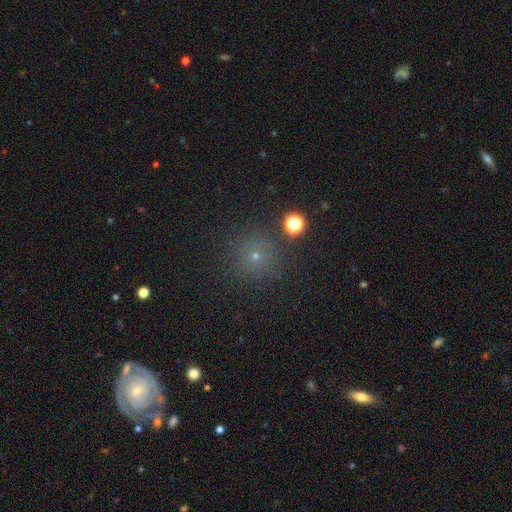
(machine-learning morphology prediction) smooth 63%, star or artifact 28%, featured or disk 9%. Down the decision tree: how rounded — round (95%); merging — none (87%).